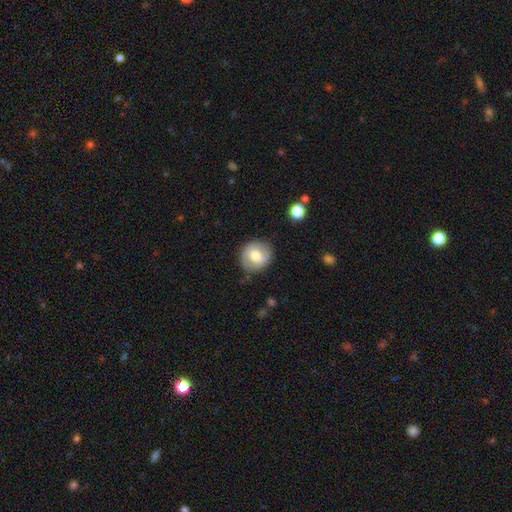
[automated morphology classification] A smooth galaxy with no disk features (64%) that is round (79%).

Vote fractions:
- Smooth or featured? smooth: 64% / featured or disk: 29% / star or artifact: 7%
- How rounded? round: 79% / in between: 20% / cigar-shaped: 1%
- Merging? none: 82% / minor disturbance: 13% / major disturbance: 4% / merger: 1%